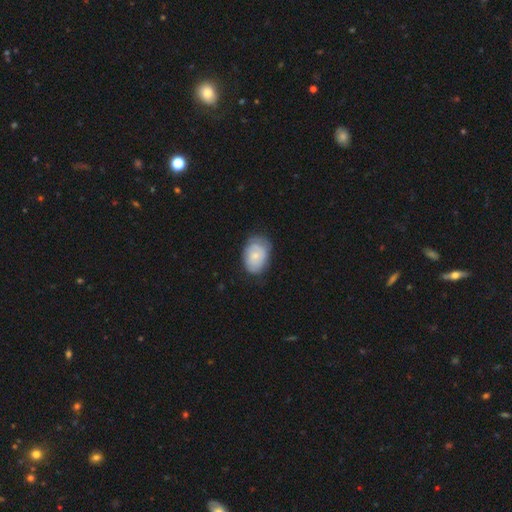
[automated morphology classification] smooth_or_featured: smooth (p=0.57) [alt: featured or disk p=0.37]
how_rounded: in between (p=0.82) [alt: round p=0.17]
merging: none (p=0.65) [alt: minor disturbance p=0.26]